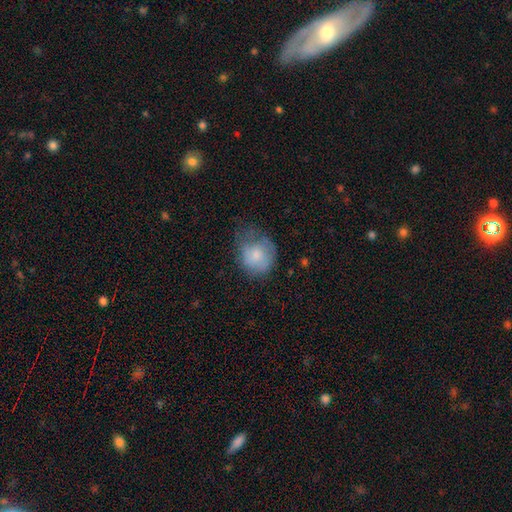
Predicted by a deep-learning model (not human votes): Smooth or featured? smooth (69%)
How rounded? round (67%)
Merging? none (38%)